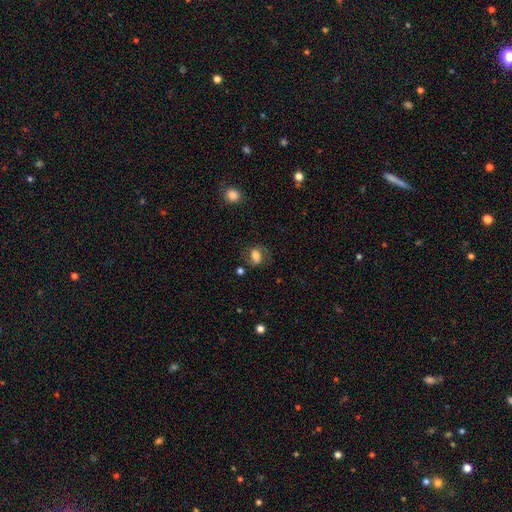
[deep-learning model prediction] Smooth or featured?
  - smooth: 63% *
  - featured or disk: 28%
  - star or artifact: 9%
How rounded?
  - in between: 69% *
  - round: 29%
  - cigar-shaped: 2%
Merging?
  - none: 65% *
  - minor disturbance: 19%
  - major disturbance: 13%
  - merger: 3%